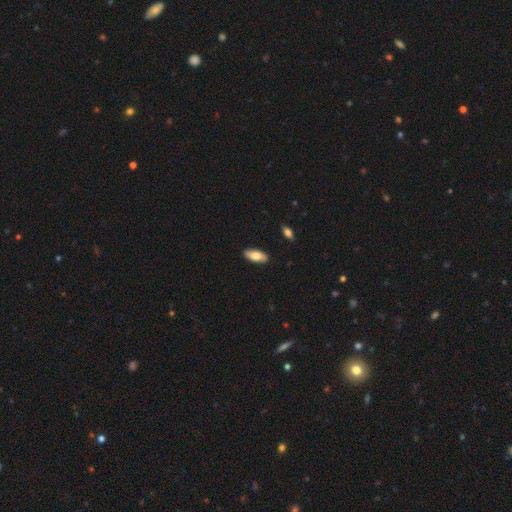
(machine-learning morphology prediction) smooth 78%, featured or disk 16%, star or artifact 6%. Down the decision tree: how rounded — in between (85%); merging — none (88%).